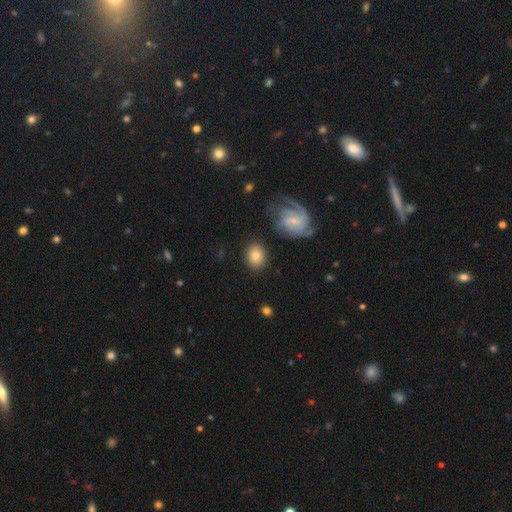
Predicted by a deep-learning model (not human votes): Overall: smooth (74%). How rounded: round (55%; in between 44%). Merging: none (83%).